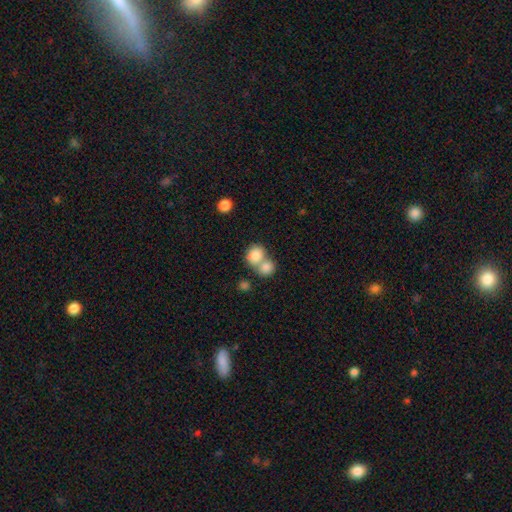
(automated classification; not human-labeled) Smooth or featured: smooth — 81% (featured or disk — 11%)
How rounded: round — 68% (in between — 31%)
Merging: merger — 64% (none — 26%)